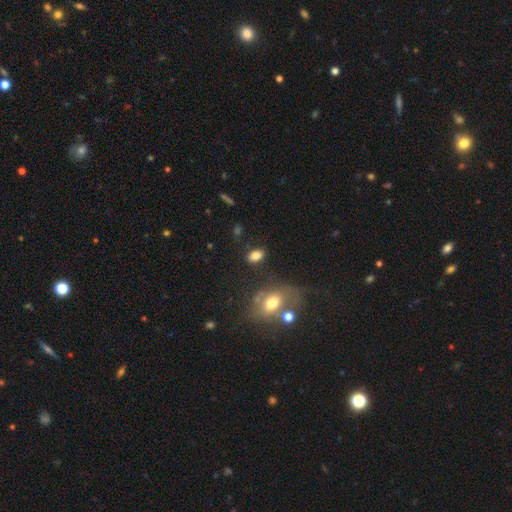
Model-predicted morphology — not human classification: smooth 82%, star or artifact 10%, featured or disk 8%. Down the decision tree: how rounded — in between (85%); merging — none (78%).